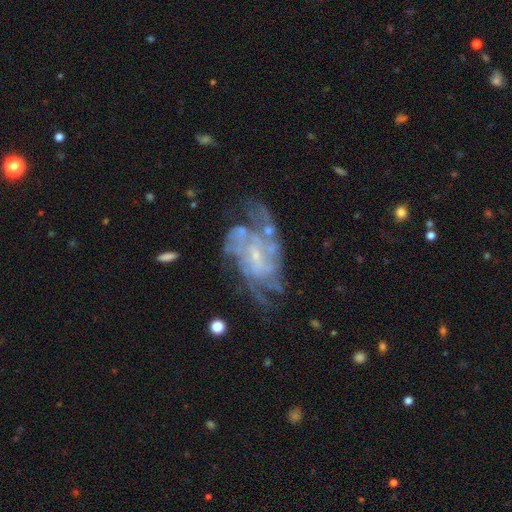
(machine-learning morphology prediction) smooth-or-featured: featured or disk: 82% | smooth: 9% | star or artifact: 8%
  disk-edge-on: no: 96% | yes: 4%
    bar: no: 56% | weak: 36% | strong: 9%
    has-spiral-arms: yes: 86% | no: 14%
      spiral-winding: tight: 43% | medium: 40% | loose: 17%
      spiral-arm-count: can't tell: 43% | 4: 16% | 3: 14% | 2: 13% | more than 4: 8% | 1: 6%
    bulge-size: small: 72% | moderate: 14% | none: 12% | large: 2% | dominant: 1%
  merging: none: 50% | major disturbance: 24% | minor disturbance: 21% | merger: 6%